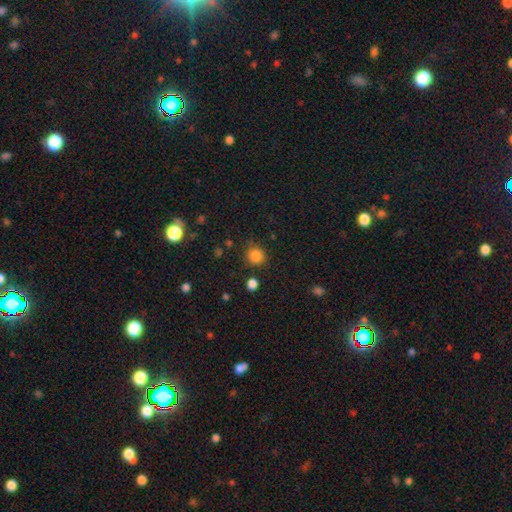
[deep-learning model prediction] Smooth or featured: smooth — 83% (star or artifact — 13%)
How rounded: round — 91% (in between — 8%)
Merging: none — 82% (minor disturbance — 11%)